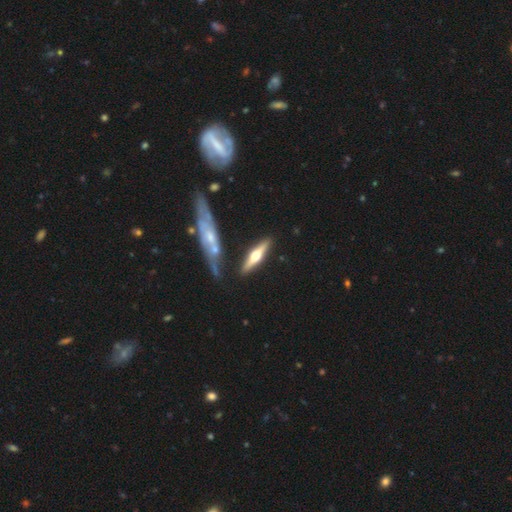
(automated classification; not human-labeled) Smooth or featured? Predicted: featured or disk (p=0.63). Edge-on disk? Predicted: yes (p=0.94). Edge-on bulge? Predicted: rounded (p=0.94). Merging? Predicted: none (p=0.79).